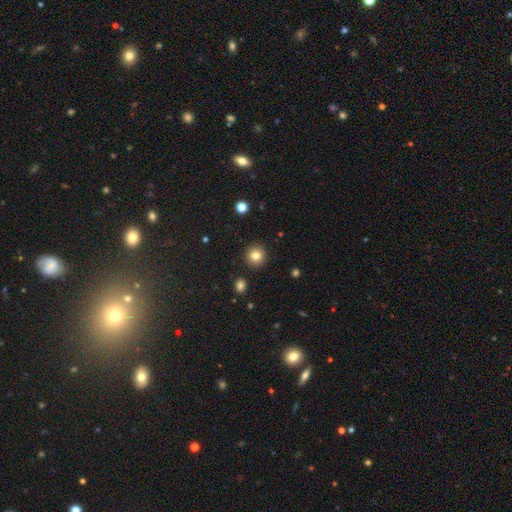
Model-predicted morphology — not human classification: smooth-or-featured: smooth: 82% | star or artifact: 11% | featured or disk: 7%
  how-rounded: round: 92% | in between: 7% | cigar-shaped: 1%
  merging: none: 91% | minor disturbance: 5% | major disturbance: 2% | merger: 2%